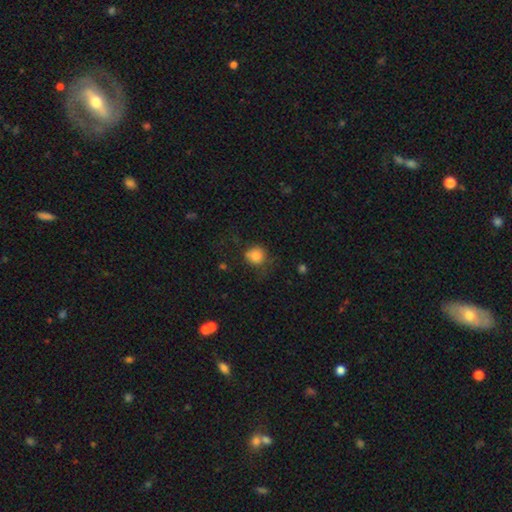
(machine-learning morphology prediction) Smooth or featured? Predicted: smooth (p=0.81). How rounded? Predicted: round (p=0.86). Merging? Predicted: none (p=0.63).